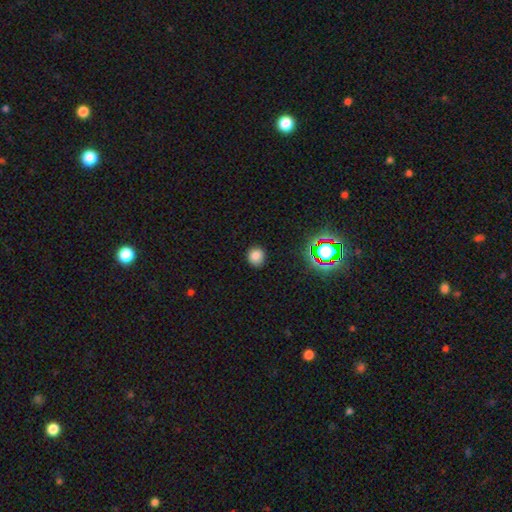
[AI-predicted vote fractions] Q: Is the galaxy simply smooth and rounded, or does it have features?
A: smooth — 80%.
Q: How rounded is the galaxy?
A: round — 82%.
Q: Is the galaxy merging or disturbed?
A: none — 86%.